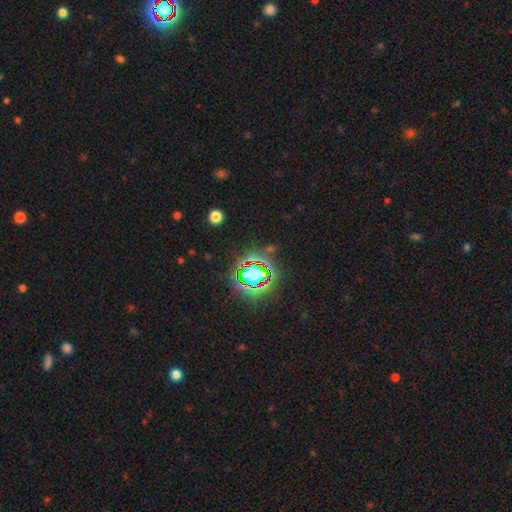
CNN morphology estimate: smooth-or-featured: star or artifact: 78% | smooth: 14% | featured or disk: 8%